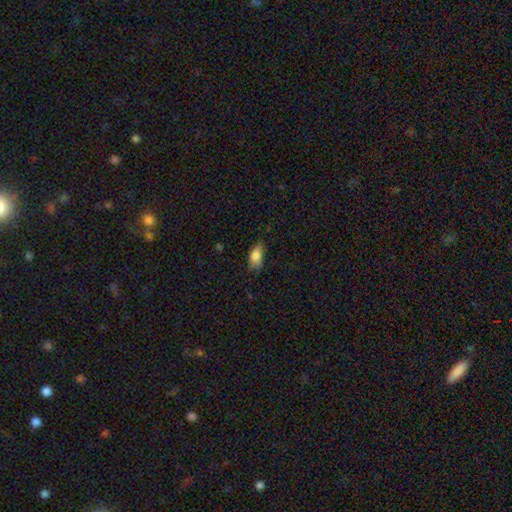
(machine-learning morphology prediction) This is likely a smooth galaxy (79%). How rounded: clearly in between (85%). Merging: likely none (62%).